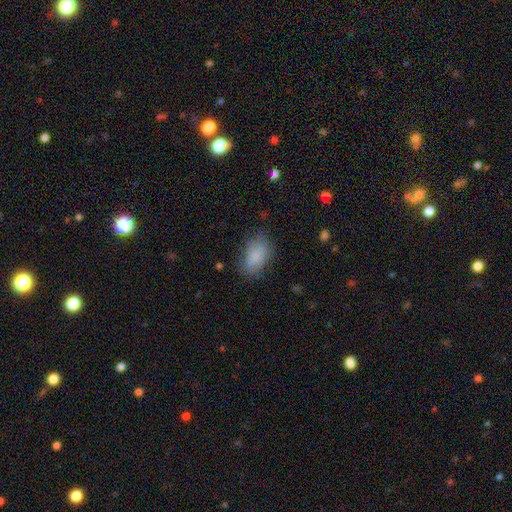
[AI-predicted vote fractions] This appears to be a smooth galaxy with no disk features (83%) that is in between round and cigar-shaped (90%). Merging: none (71%).